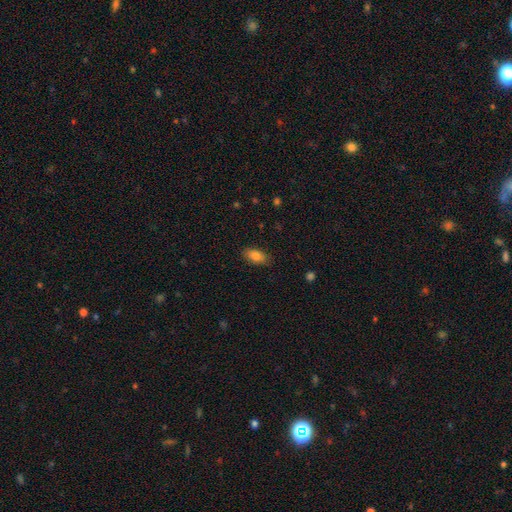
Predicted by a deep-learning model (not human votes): smooth 85%, star or artifact 8%, featured or disk 7%. Down the decision tree: how rounded — in between (90%); merging — none (85%).